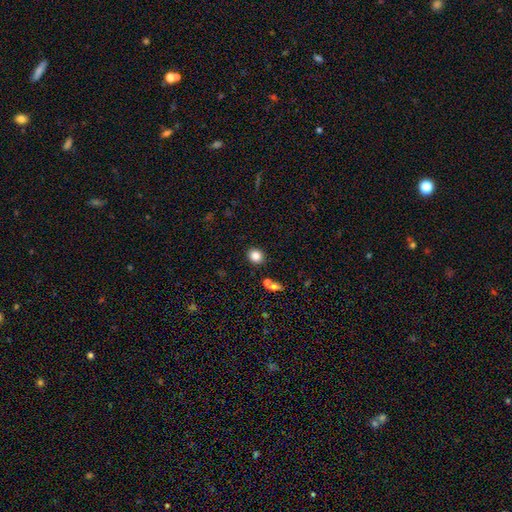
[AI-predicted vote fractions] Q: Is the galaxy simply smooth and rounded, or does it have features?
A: smooth — 83%.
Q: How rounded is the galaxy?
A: round — 72%.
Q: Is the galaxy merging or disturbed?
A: none — 86%.